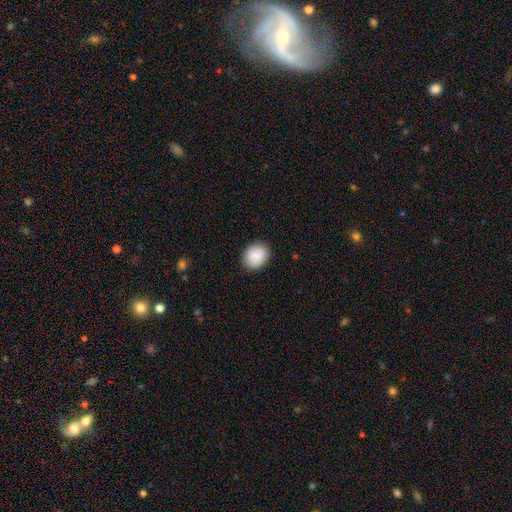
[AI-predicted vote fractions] Smooth or featured? Predicted: smooth (p=0.86). How rounded? Predicted: round (p=0.62). Merging? Predicted: none (p=0.89).